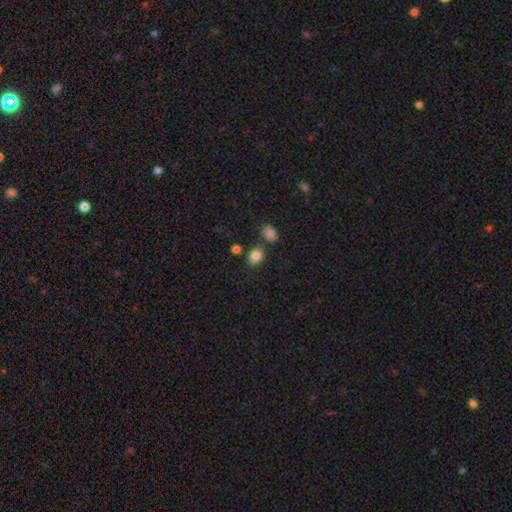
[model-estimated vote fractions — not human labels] This is clearly a smooth galaxy (84%). How rounded: possibly in between (52%). Merging: likely none (71%).